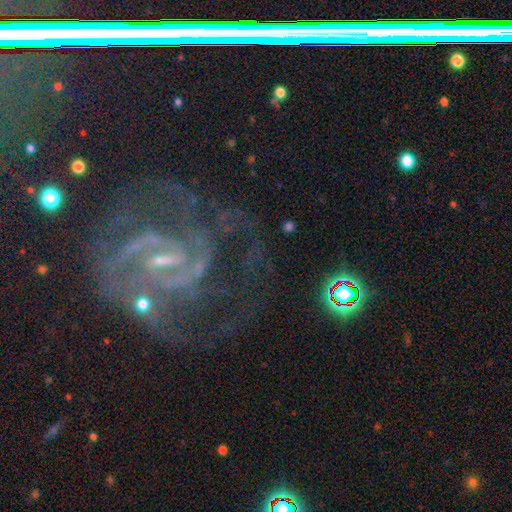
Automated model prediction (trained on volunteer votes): Smooth or featured?
  - featured or disk: 83% *
  - star or artifact: 12%
  - smooth: 6%
Edge-on disk?
  - no: 96% *
  - yes: 4%
Bar?
  - weak: 42% *
  - no: 32%
  - strong: 25%
Spiral arms?
  - yes: 95% *
  - no: 5%
Spiral winding?
  - tight: 48% *
  - medium: 42%
  - loose: 10%
Spiral arm count?
  - 2: 58% *
  - can't tell: 15%
  - 3: 12%
  - 4: 5%
  - 1: 5%
  - more than 4: 5%
Bulge size?
  - small: 69% *
  - moderate: 15%
  - none: 13%
  - large: 2%
  - dominant: 1%
Merging?
  - none: 64% *
  - minor disturbance: 17%
  - major disturbance: 15%
  - merger: 4%